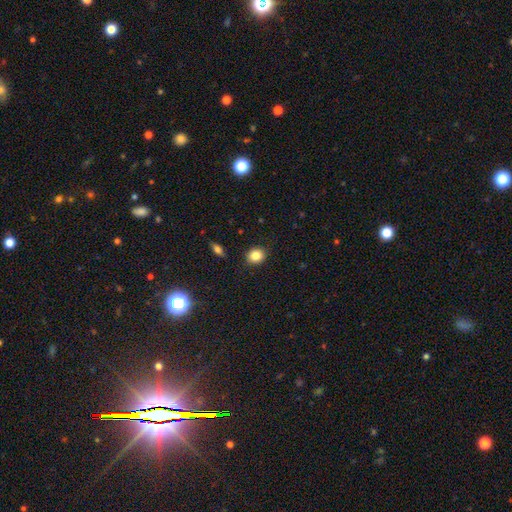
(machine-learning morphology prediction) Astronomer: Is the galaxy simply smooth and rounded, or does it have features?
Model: smooth — 84%.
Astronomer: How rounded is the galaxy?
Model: round — 72%.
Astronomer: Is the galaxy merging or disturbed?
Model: none — 88%.